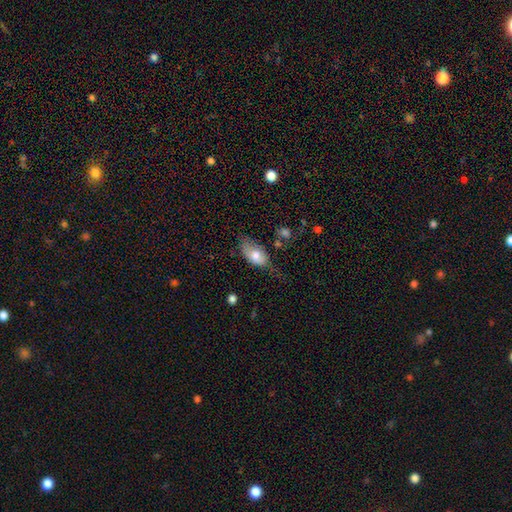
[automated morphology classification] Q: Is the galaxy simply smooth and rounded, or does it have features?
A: smooth — 73%.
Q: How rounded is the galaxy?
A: in between — 91%.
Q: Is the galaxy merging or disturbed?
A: none — 39%.